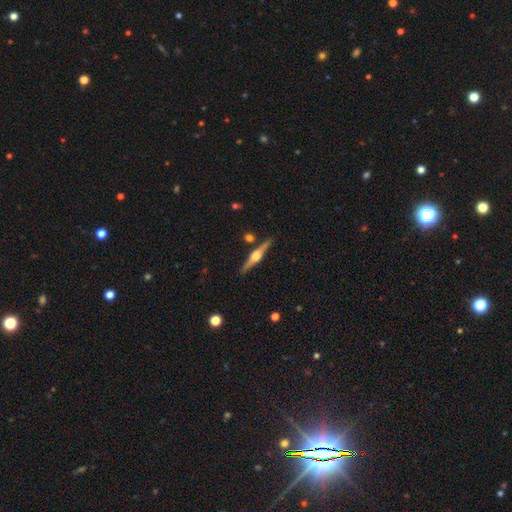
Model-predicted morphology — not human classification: Smooth or featured?
  - featured or disk: 81% *
  - smooth: 14%
  - star or artifact: 6%
Edge-on disk?
  - yes: 98% *
  - no: 2%
Edge-on bulge?
  - rounded: 93% *
  - boxy: 6%
  - none: 2%
Merging?
  - none: 87% *
  - minor disturbance: 8%
  - merger: 3%
  - major disturbance: 2%